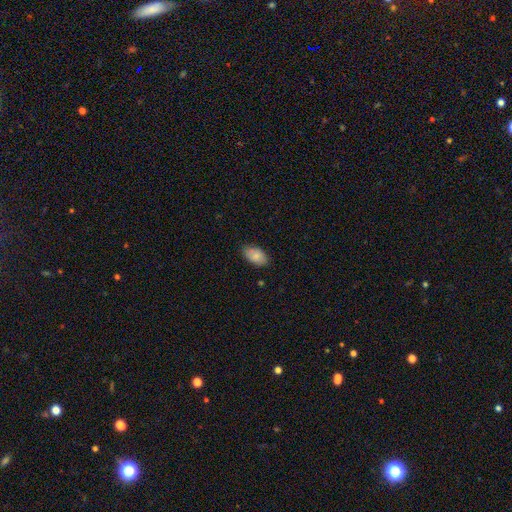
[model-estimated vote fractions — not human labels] Morphology: type=smooth (83%); roundness=in between (94%); merging=none (83%).